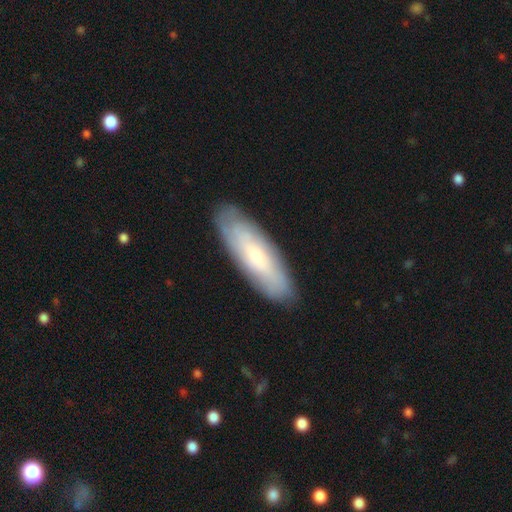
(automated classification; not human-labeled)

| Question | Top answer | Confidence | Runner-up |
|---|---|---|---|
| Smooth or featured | smooth | 47% | tied: featured or disk (47%) |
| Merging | none | 85% | minor disturbance (12%) |